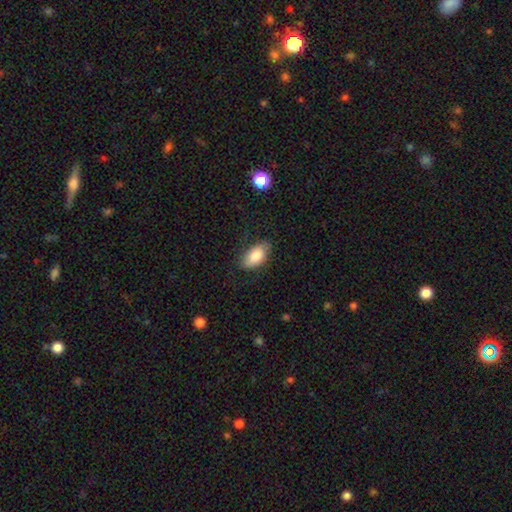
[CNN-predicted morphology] Smooth or featured: smooth — 81% (featured or disk — 13%)
How rounded: in between — 93% (round — 4%)
Merging: none — 75% (minor disturbance — 19%)